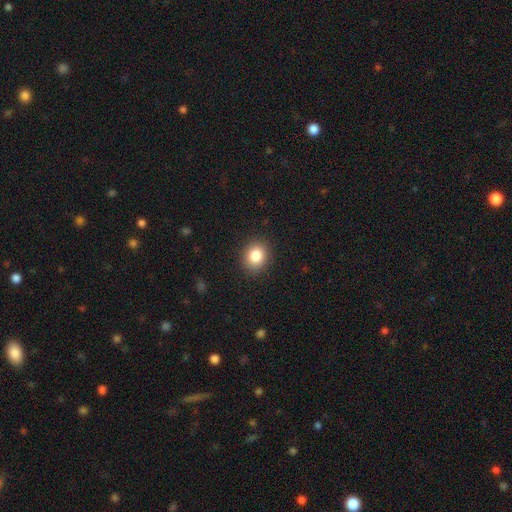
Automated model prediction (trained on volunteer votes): smooth_or_featured: smooth (p=0.84) [alt: star or artifact p=0.10]
how_rounded: round (p=0.65) [alt: in between p=0.34]
merging: none (p=0.89) [alt: minor disturbance p=0.07]